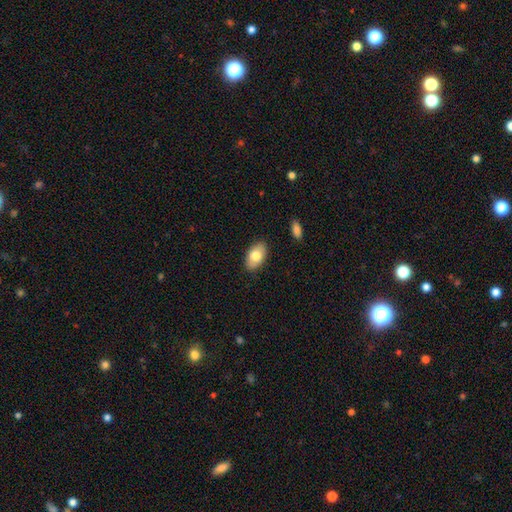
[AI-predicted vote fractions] smooth-or-featured: smooth: 77% | featured or disk: 17% | star or artifact: 7%
  how-rounded: in between: 92% | round: 7% | cigar-shaped: 1%
  merging: none: 86% | minor disturbance: 10% | major disturbance: 2% | merger: 1%